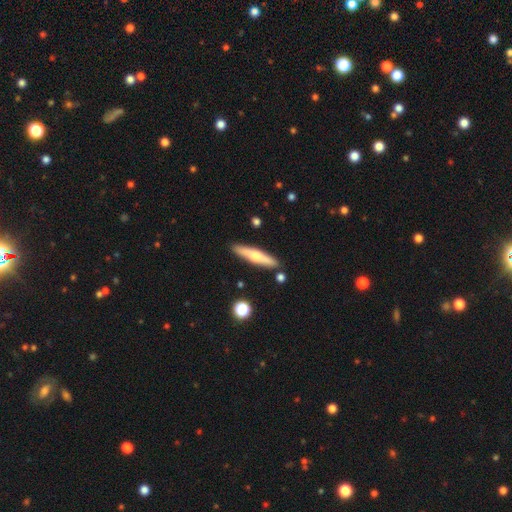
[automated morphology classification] Smooth or featured? Predicted: smooth (p=0.47, tied with featured or disk). Merging? Predicted: none (p=0.87).